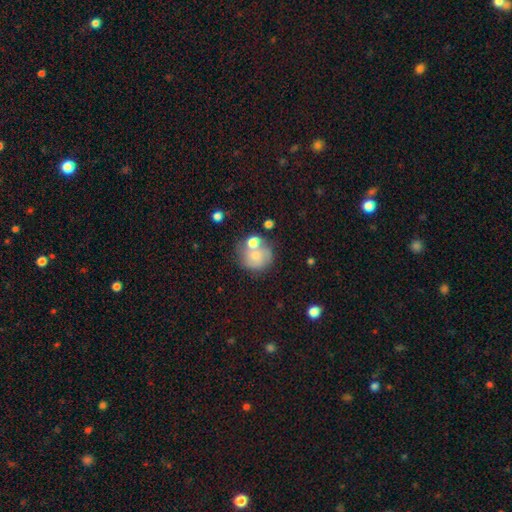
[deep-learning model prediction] Morphology: type=smooth (59%); roundness=round (80%); merging=none (43%).